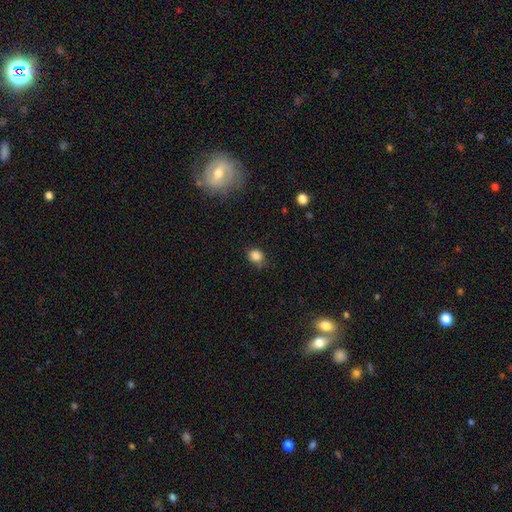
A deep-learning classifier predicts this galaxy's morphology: smooth_or_featured: smooth (p=0.85) [alt: star or artifact p=0.11]
how_rounded: round (p=0.71) [alt: in between p=0.28]
merging: none (p=0.70) [alt: minor disturbance p=0.23]